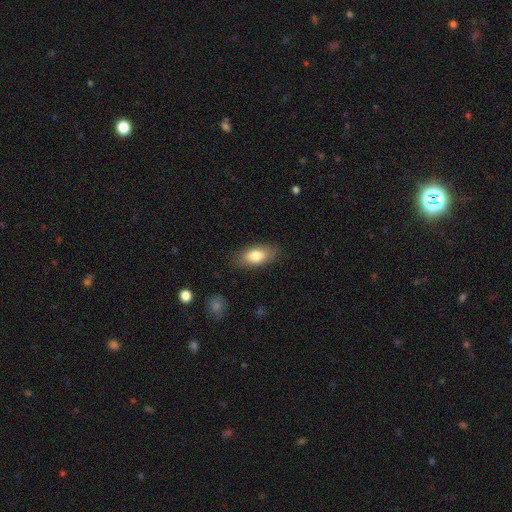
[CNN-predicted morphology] Q: Smooth or featured?
A: smooth (78%); runner-up: featured or disk (15%)
Q: How rounded?
A: in between (86%); runner-up: cigar-shaped (9%)
Q: Merging?
A: none (83%); runner-up: minor disturbance (12%)